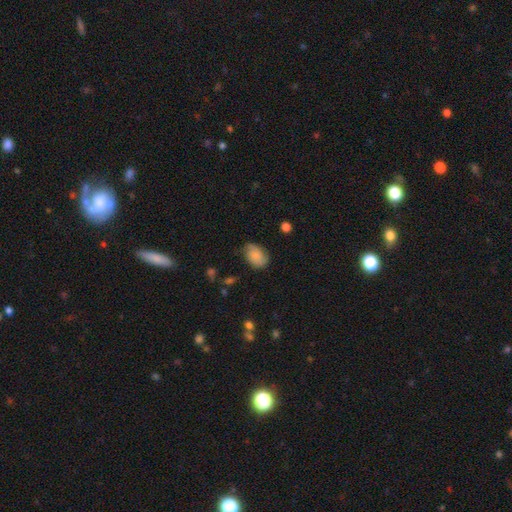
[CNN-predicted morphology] A smooth galaxy with no disk features (71%) that is in between round and cigar-shaped (80%). Merging: none (64%).